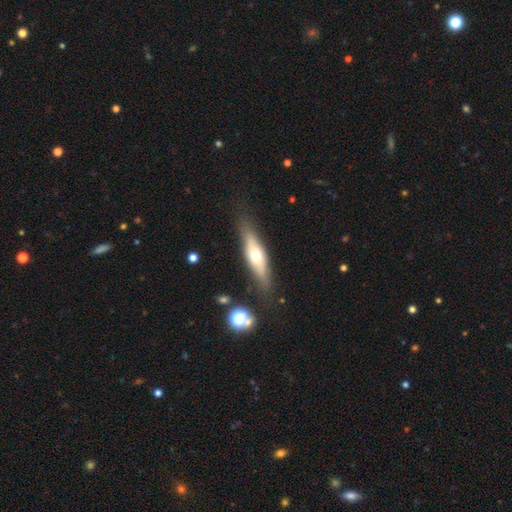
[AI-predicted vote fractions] Overall: featured or disk (49%; smooth 44%). Merging: none (80%).